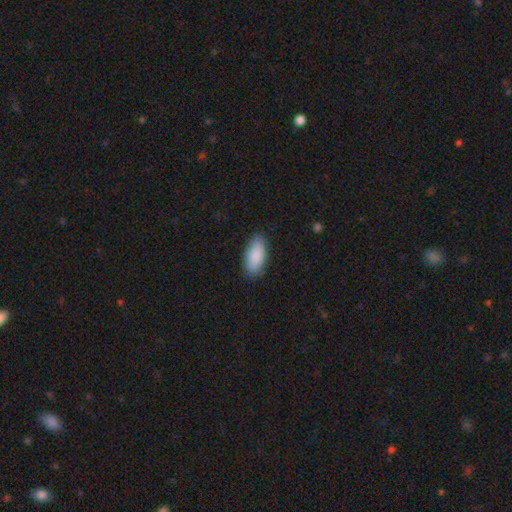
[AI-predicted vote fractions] The model was most divided on "merging": none: 84%, minor disturbance: 12%, major disturbance: 3%, merger: 1%. More confident: smooth or featured — smooth (89%); how rounded — in between (89%).